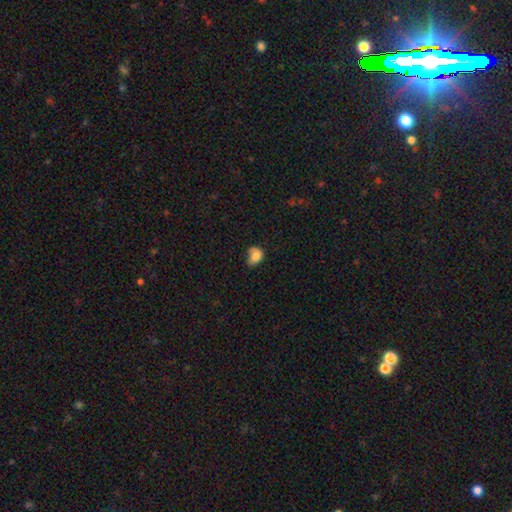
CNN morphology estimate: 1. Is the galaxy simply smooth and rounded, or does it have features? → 78% smooth, 12% featured or disk, 9% star or artifact.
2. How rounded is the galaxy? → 72% in between, 26% round, 1% cigar-shaped.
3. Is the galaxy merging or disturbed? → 39% minor disturbance, 34% none, 21% major disturbance, 6% merger.